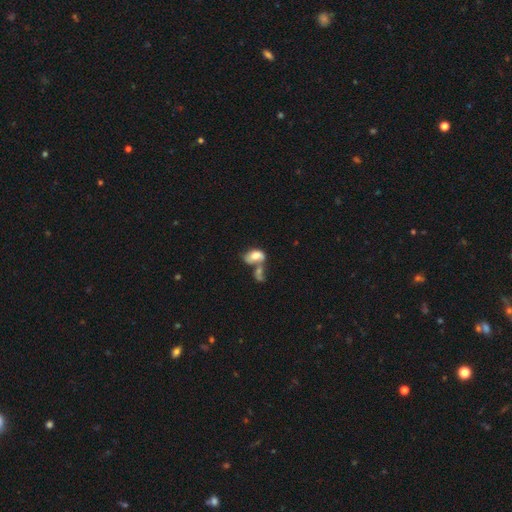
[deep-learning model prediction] smooth 62%, featured or disk 29%, star or artifact 9%. Down the decision tree: how rounded — in between (88%); merging — merger (59%).